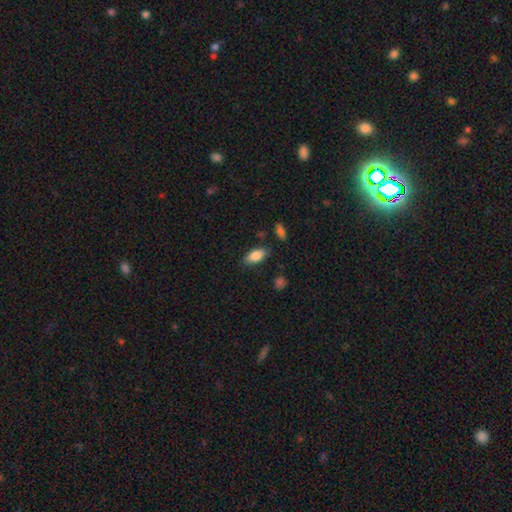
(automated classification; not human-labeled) smooth_or_featured: smooth (p=0.84) [alt: featured or disk p=0.09]
how_rounded: in between (p=0.90) [alt: cigar-shaped p=0.08]
merging: none (p=0.81) [alt: minor disturbance p=0.13]